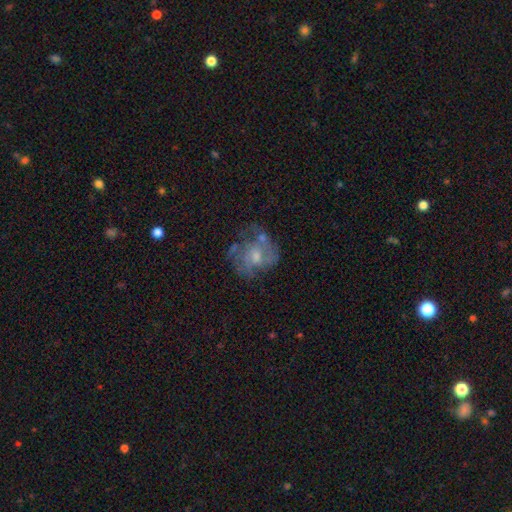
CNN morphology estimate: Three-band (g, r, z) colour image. It shows a featured or disk galaxy (66%) with no bar (68%), spiral arms (66%) and a moderate central bulge (49%). Merging: none (52%).